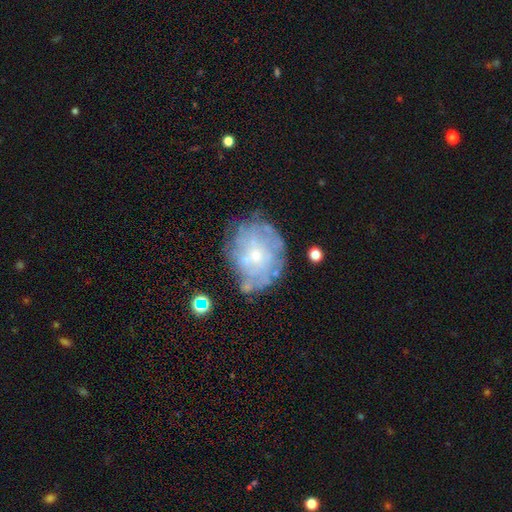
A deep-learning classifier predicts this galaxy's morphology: Smooth or featured?
  - featured or disk: 62% *
  - smooth: 28%
  - star or artifact: 10%
Edge-on disk?
  - no: 97% *
  - yes: 3%
Bar?
  - no: 81% *
  - weak: 16%
  - strong: 3%
Spiral arms?
  - no: 54% *
  - yes: 46%
Bulge size?
  - small: 60% *
  - moderate: 32%
  - none: 4%
  - large: 2%
  - dominant: 1%
Merging?
  - none: 62% *
  - minor disturbance: 22%
  - major disturbance: 11%
  - merger: 5%